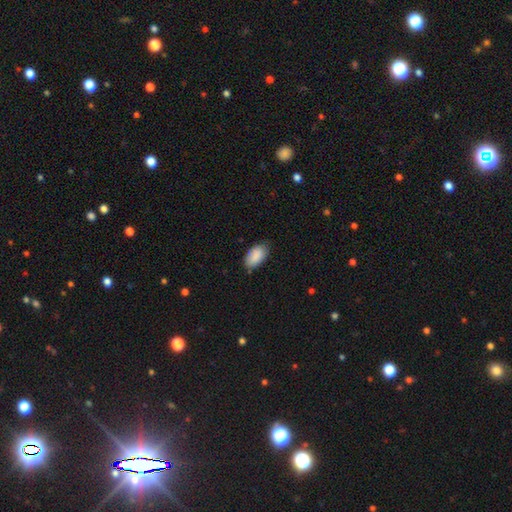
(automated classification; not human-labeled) A smooth galaxy with no disk features (89%) that is in between round and cigar-shaped (94%).

Vote fractions:
- Smooth or featured? smooth: 89% / star or artifact: 6% / featured or disk: 5%
- How rounded? in between: 94% / round: 4% / cigar-shaped: 2%
- Merging? none: 75% / minor disturbance: 20% / major disturbance: 3% / merger: 1%